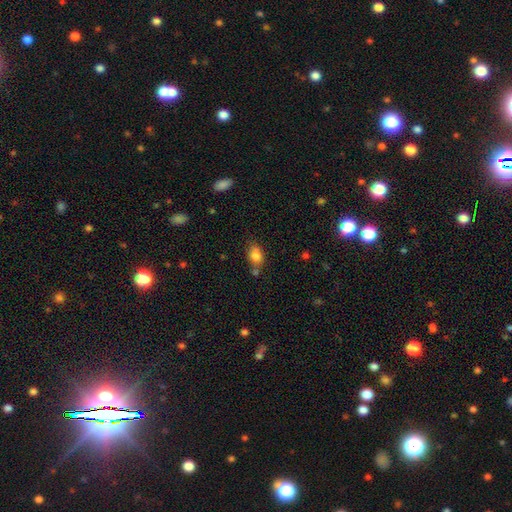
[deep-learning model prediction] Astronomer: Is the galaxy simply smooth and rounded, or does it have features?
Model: smooth — 83%.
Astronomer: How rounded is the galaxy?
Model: in between — 81%.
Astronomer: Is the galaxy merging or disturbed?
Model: none — 60%.